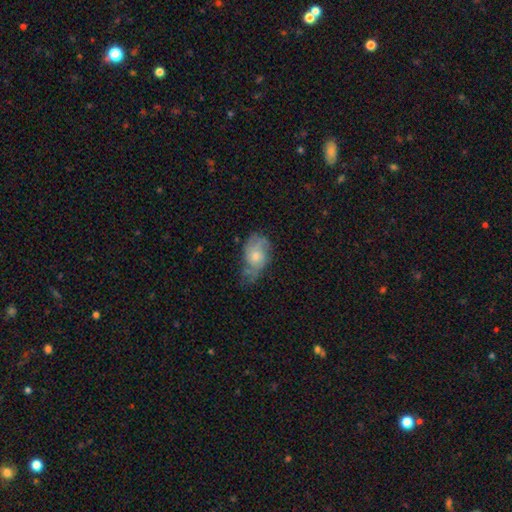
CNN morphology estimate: This appears to be a featured or disk galaxy (49%). Merging: none (42%).